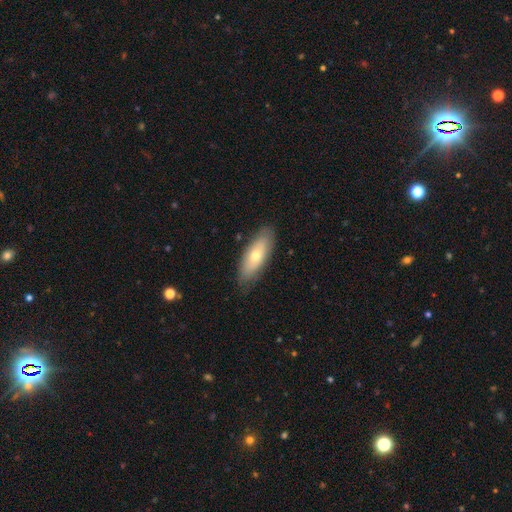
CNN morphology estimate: Q: Smooth or featured?
A: smooth (63%); runner-up: featured or disk (31%)
Q: How rounded?
A: in between (71%); runner-up: cigar-shaped (27%)
Q: Merging?
A: none (84%); runner-up: minor disturbance (13%)